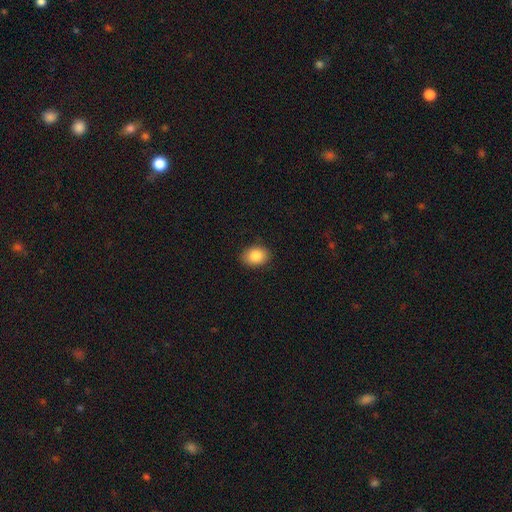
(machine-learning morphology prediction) smooth-or-featured: smooth: 86% | star or artifact: 8% | featured or disk: 6%
  how-rounded: in between: 74% | round: 25% | cigar-shaped: 1%
  merging: none: 88% | minor disturbance: 9% | major disturbance: 2% | merger: 1%